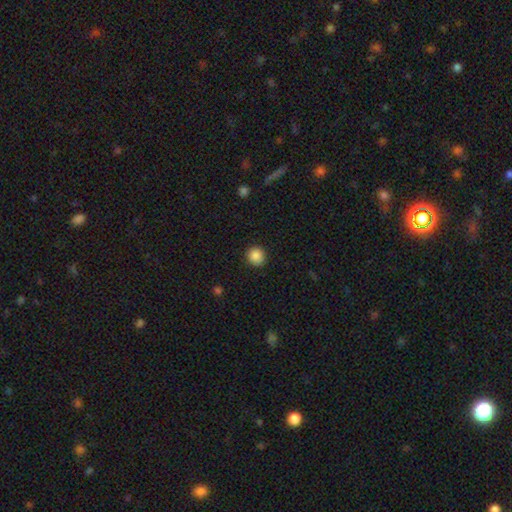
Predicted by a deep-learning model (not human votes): Smooth or featured? Predicted: smooth (p=0.87). How rounded? Predicted: round (p=0.92). Merging? Predicted: none (p=0.90).